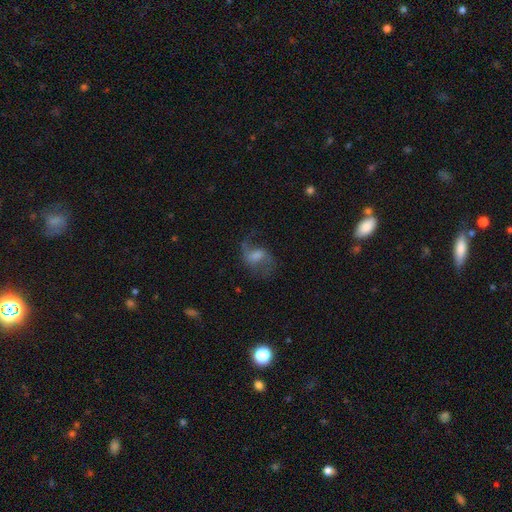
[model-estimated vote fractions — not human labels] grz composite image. It shows a featured or disk galaxy (69%) with a weak bar (52%), 2 (77%) loose (64%) spiral arms (89%) and a moderate central bulge (31%). Merging: none (55%).